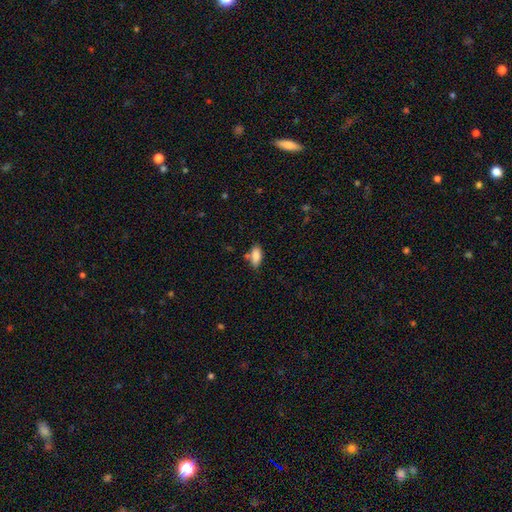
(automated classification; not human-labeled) Q: Smooth or featured?
A: smooth (85%); runner-up: star or artifact (8%)
Q: How rounded?
A: in between (86%); runner-up: cigar-shaped (11%)
Q: Merging?
A: none (63%); runner-up: minor disturbance (21%)